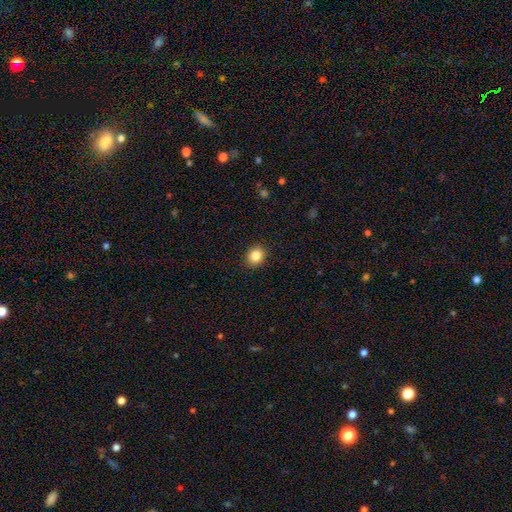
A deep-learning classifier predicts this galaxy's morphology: smooth-or-featured: smooth: 85% | star or artifact: 10% | featured or disk: 5%
  how-rounded: round: 71% | in between: 28% | cigar-shaped: 1%
  merging: none: 90% | minor disturbance: 7% | major disturbance: 2% | merger: 1%